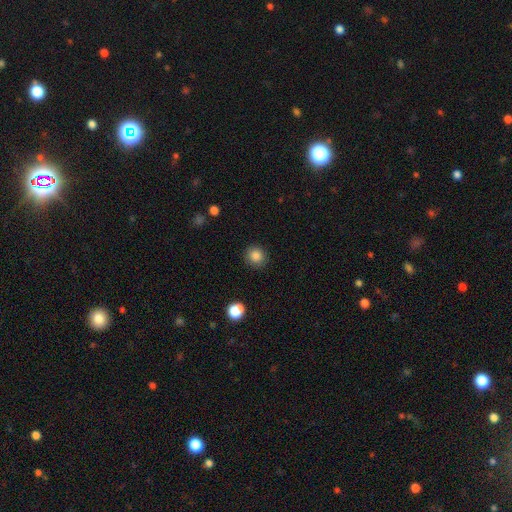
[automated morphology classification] smooth_or_featured: smooth (p=0.86) [alt: star or artifact p=0.10]
how_rounded: round (p=0.87) [alt: in between p=0.12]
merging: none (p=0.89) [alt: minor disturbance p=0.08]